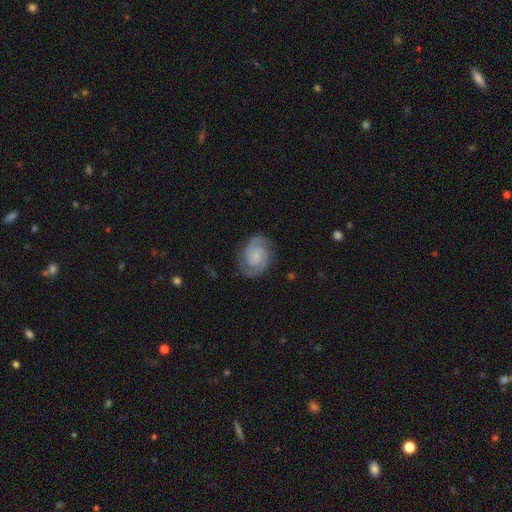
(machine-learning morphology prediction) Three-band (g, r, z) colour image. It shows a featured or disk galaxy (87%) with no bar (65%), 2 (92%) tight (52%) spiral arms (98%) and a small central bulge (61%). Merging: none (84%).